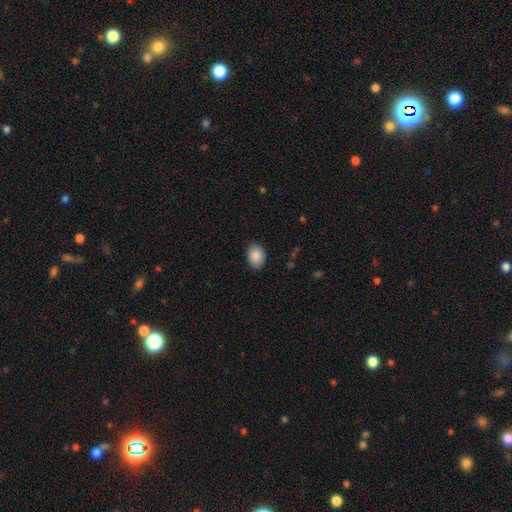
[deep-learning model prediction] smooth_or_featured: smooth (p=0.90) [alt: star or artifact p=0.07]
how_rounded: in between (p=0.77) [alt: round p=0.22]
merging: none (p=0.86) [alt: minor disturbance p=0.10]